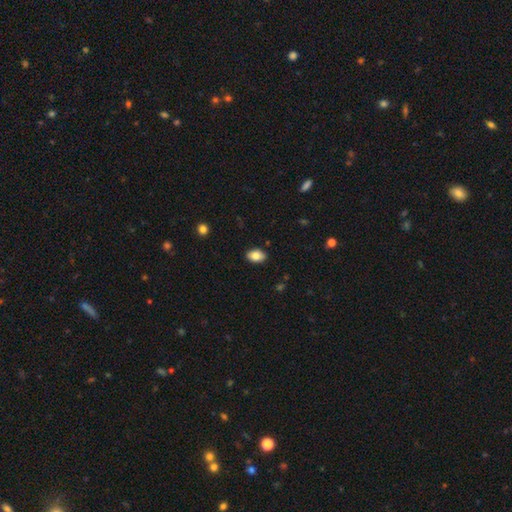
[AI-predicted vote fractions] smooth 82%, featured or disk 10%, star or artifact 8%. Down the decision tree: how rounded — in between (86%); merging — none (88%).